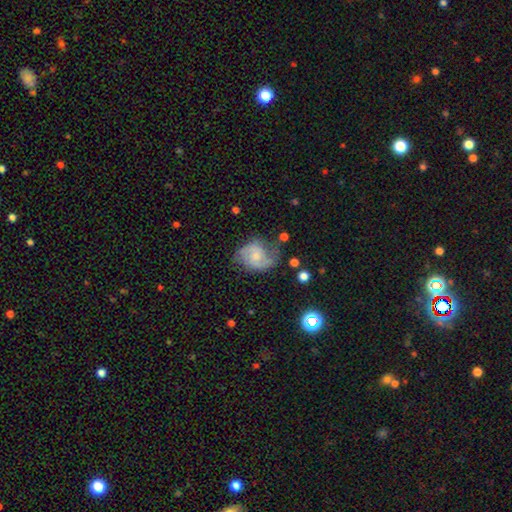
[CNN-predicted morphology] A featured or disk galaxy (68%) with no bar (63%), 2 (80%) medium (47%) spiral arms (89%) and a small central bulge (54%).

Vote fractions:
- Smooth or featured? featured or disk: 68% / smooth: 25% / star or artifact: 8%
- Edge-on disk? no: 98% / yes: 2%
- Bar? no: 63% / weak: 32% / strong: 5%
- Spiral arms? yes: 89% / no: 11%
- Spiral winding? medium: 47% / loose: 30% / tight: 23%
- Spiral arm count? 2: 80% / can't tell: 10% / 1: 4% / 3: 3% / 4: 1% / more than 4: 1%
- Bulge size? small: 54% / moderate: 32% / none: 9% / large: 3% / dominant: 1%
- Merging? none: 54% / minor disturbance: 27% / major disturbance: 16% / merger: 3%